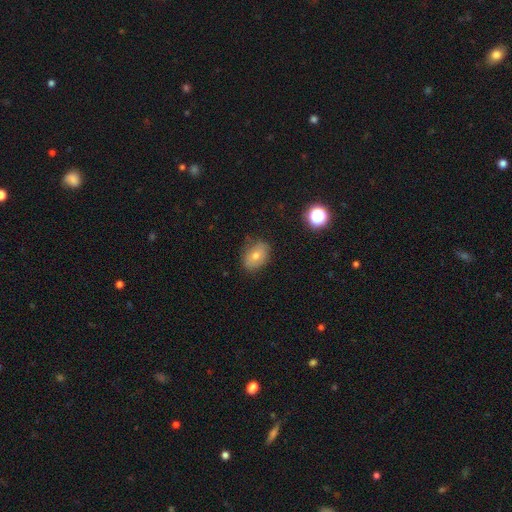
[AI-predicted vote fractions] The model was most divided on "how rounded": in between: 70%, round: 29%, cigar-shaped: 1%. More confident: merging — none (77%); smooth or featured — smooth (65%).